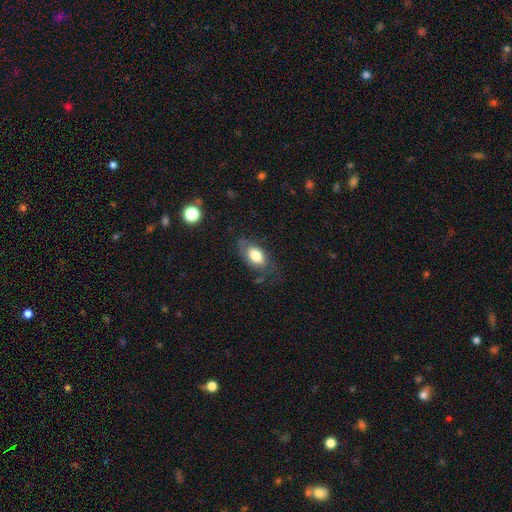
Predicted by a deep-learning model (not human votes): Smooth or featured: smooth — 71% (featured or disk — 22%)
How rounded: in between — 91% (round — 6%)
Merging: none — 60% (minor disturbance — 26%)